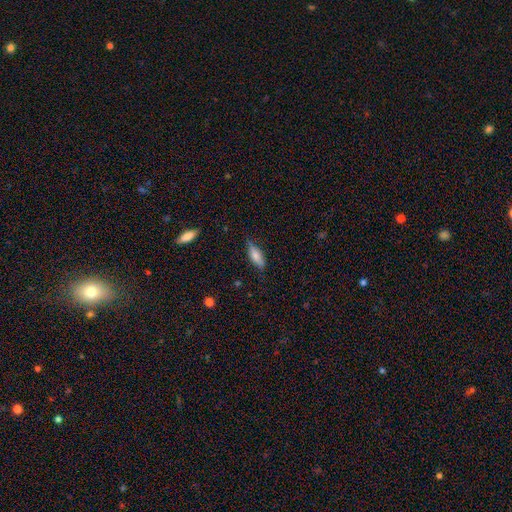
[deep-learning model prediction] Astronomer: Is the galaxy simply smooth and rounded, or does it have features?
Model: smooth — 71%.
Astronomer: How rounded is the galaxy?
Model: in between — 66%.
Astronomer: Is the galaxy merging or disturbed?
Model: none — 72%.